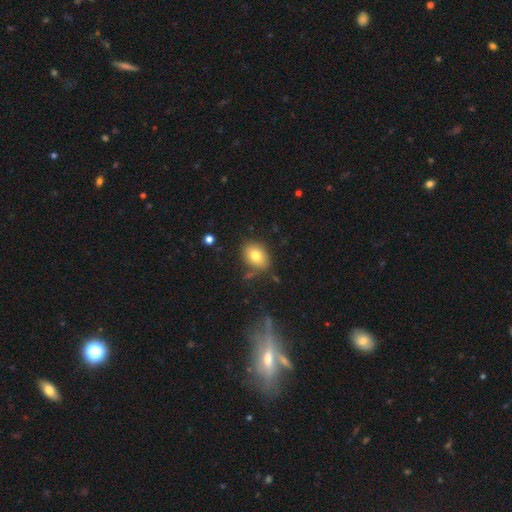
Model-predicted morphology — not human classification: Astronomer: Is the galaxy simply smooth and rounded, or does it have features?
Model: smooth — 78%.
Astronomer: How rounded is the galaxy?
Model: in between — 69%.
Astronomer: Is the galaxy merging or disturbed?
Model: none — 77%.